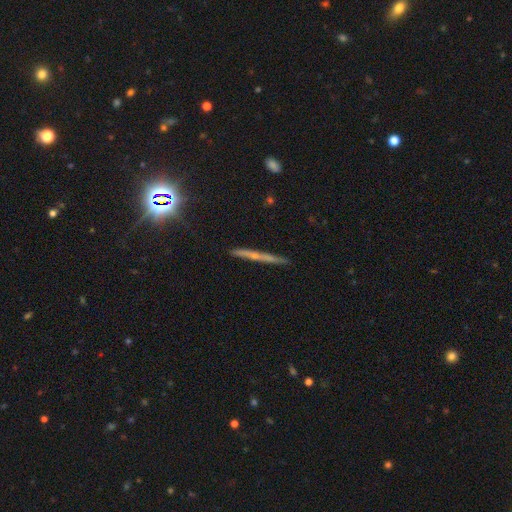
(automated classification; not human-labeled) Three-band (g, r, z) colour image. It shows a featured or disk galaxy (56%) viewed edge-on (96%) with no central bulge (48%). Merging: none (87%).